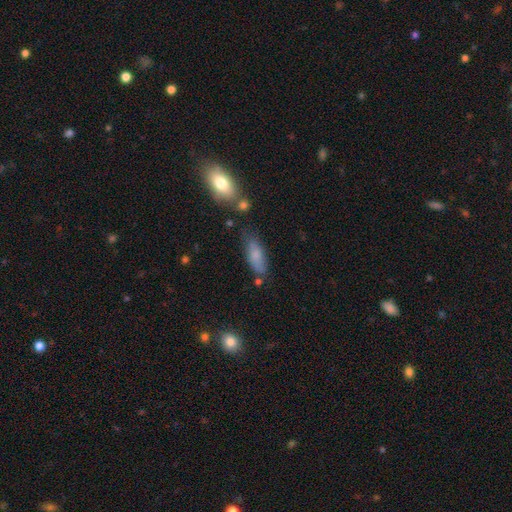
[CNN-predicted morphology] A smooth galaxy with no disk features (75%) that is in between round and cigar-shaped (71%). Merging: none (60%).